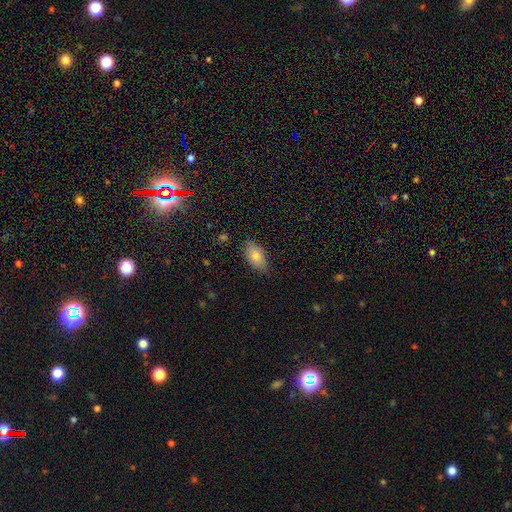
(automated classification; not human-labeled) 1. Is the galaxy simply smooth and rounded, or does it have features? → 74% smooth, 16% featured or disk, 10% star or artifact.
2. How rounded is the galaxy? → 90% in between, 6% round, 4% cigar-shaped.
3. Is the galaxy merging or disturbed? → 79% none, 18% minor disturbance, 3% major disturbance, 1% merger.